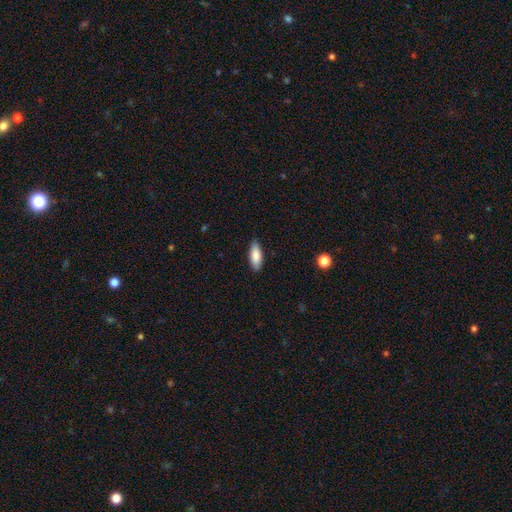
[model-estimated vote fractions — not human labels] Smooth or featured?
  - smooth: 87% *
  - featured or disk: 7%
  - star or artifact: 6%
How rounded?
  - in between: 78% *
  - cigar-shaped: 20%
  - round: 2%
Merging?
  - none: 86% *
  - minor disturbance: 11%
  - major disturbance: 2%
  - merger: 1%